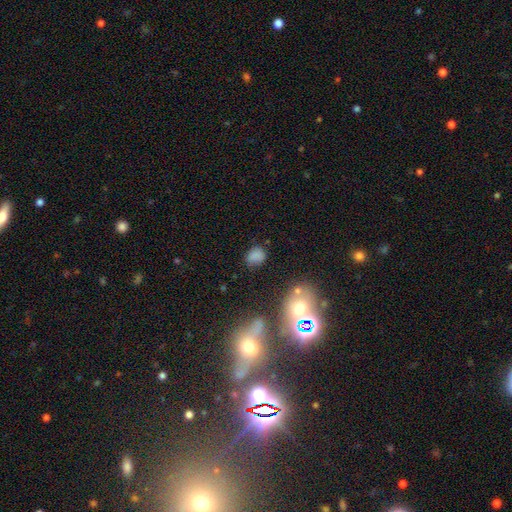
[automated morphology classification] A smooth galaxy with no disk features (76%) that is in between round and cigar-shaped (55%). Merging: none (64%).